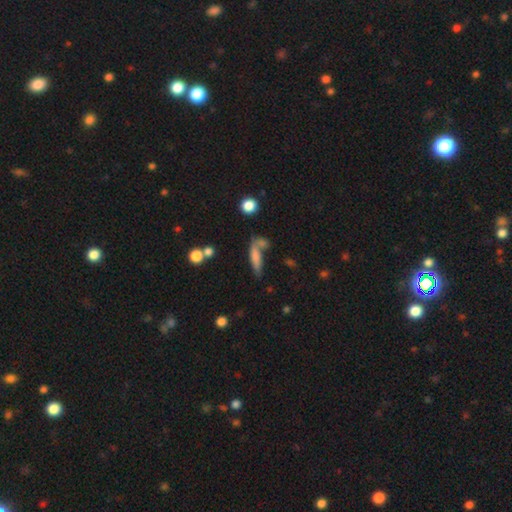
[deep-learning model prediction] Smooth or featured? smooth (70%)
How rounded? cigar-shaped (67%)
Merging? none (45%)